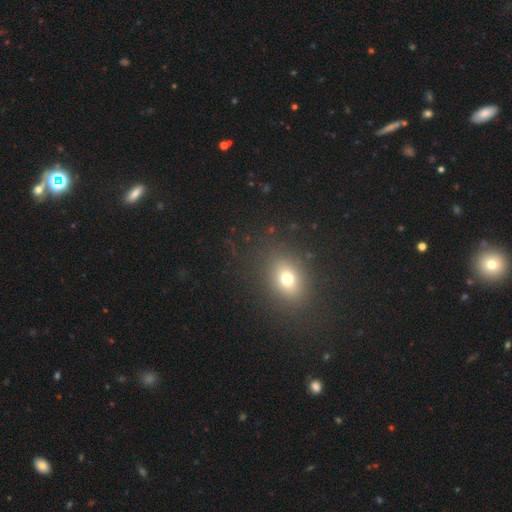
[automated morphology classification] This is likely a smooth galaxy (61%). How rounded: likely in between (64%). Merging: clearly none (87%).